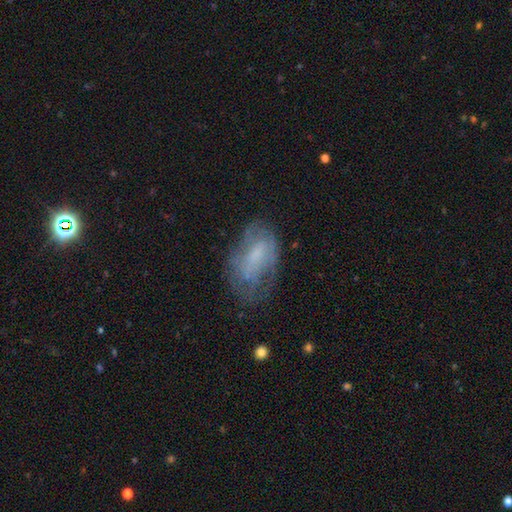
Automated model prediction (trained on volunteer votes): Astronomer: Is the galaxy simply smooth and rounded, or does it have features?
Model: featured or disk — 47% (runner-up: smooth, 42%).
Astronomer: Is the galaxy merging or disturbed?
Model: none — 54%.